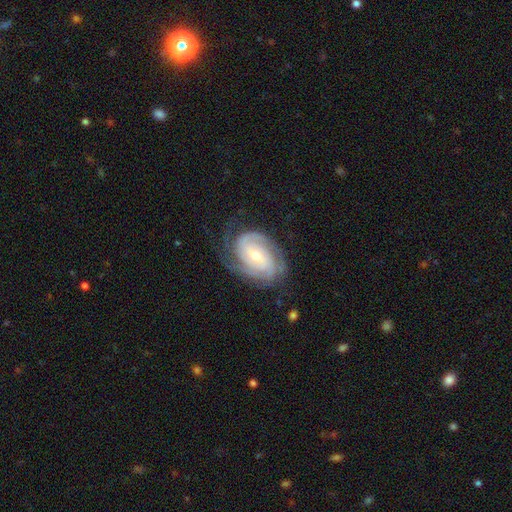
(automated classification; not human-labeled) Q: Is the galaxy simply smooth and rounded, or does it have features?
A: featured or disk — 89%.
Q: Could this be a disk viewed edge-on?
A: no — 97%.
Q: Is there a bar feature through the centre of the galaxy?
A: weak — 44%.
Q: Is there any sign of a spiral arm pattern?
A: yes — 97%.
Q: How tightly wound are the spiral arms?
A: tight — 71%.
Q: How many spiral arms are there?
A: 2 — 39%.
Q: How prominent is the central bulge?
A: moderate — 50%.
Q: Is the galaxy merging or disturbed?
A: none — 74%.